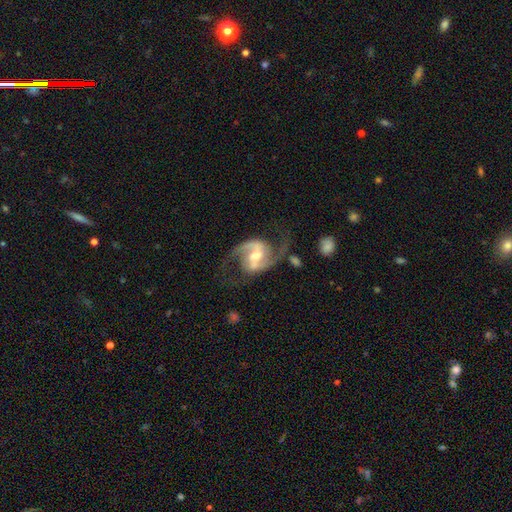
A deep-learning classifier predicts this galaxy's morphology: featured or disk 92%, star or artifact 4%, smooth 4%. Down the decision tree: edge-on disk — no (98%); bar — weak (48%); spiral arms — yes (98%); spiral arm count — 2 (93%); spiral winding — medium (53%); bulge size — moderate (60%); merging — none (69%).